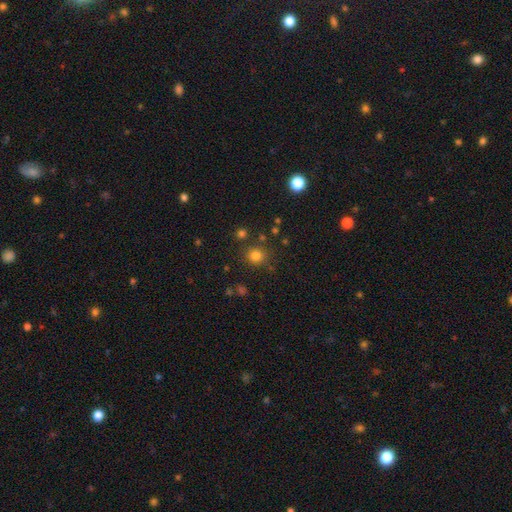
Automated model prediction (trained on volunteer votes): Smooth or featured? Predicted: smooth (p=0.79). How rounded? Predicted: round (p=0.90). Merging? Predicted: none (p=0.83).